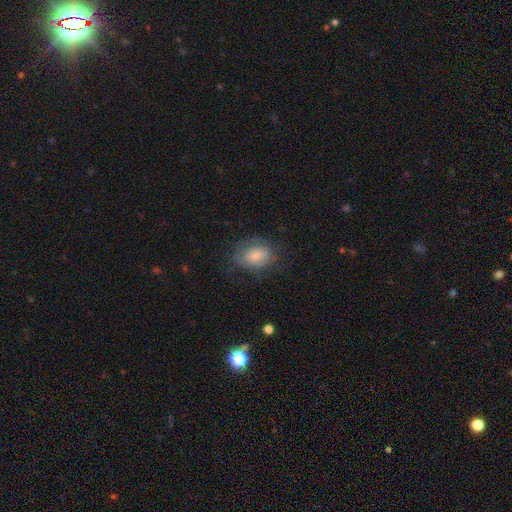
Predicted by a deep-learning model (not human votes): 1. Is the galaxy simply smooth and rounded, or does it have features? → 61% smooth, 32% featured or disk, 8% star or artifact.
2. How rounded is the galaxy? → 71% in between, 27% round, 1% cigar-shaped.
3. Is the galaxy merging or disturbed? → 59% none, 24% minor disturbance, 16% major disturbance, 1% merger.